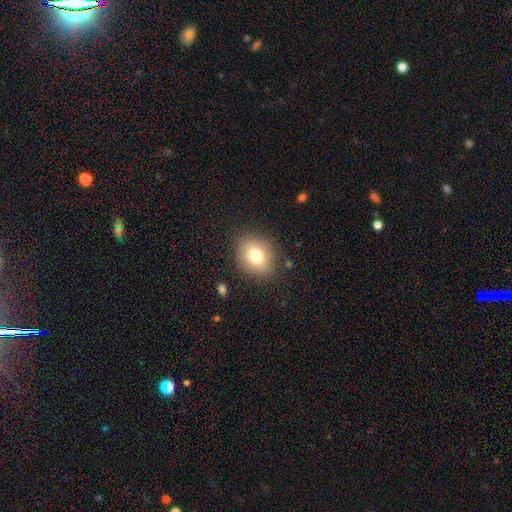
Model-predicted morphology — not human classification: Smooth or featured? Predicted: smooth (p=0.76). How rounded? Predicted: round (p=0.53). Merging? Predicted: none (p=0.86).